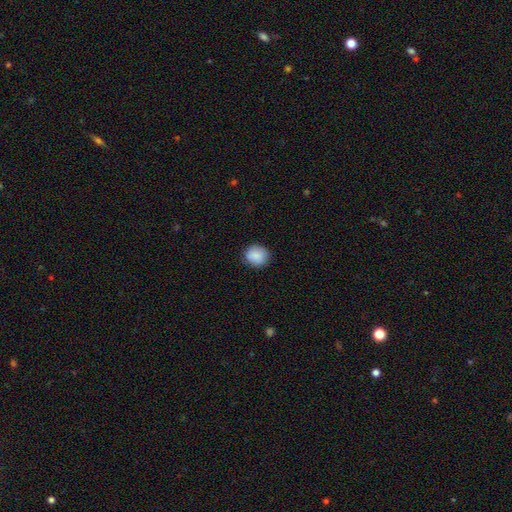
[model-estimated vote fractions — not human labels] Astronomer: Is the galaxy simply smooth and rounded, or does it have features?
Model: smooth — 88%.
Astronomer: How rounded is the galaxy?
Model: round — 81%.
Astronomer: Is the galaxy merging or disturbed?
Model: none — 85%.